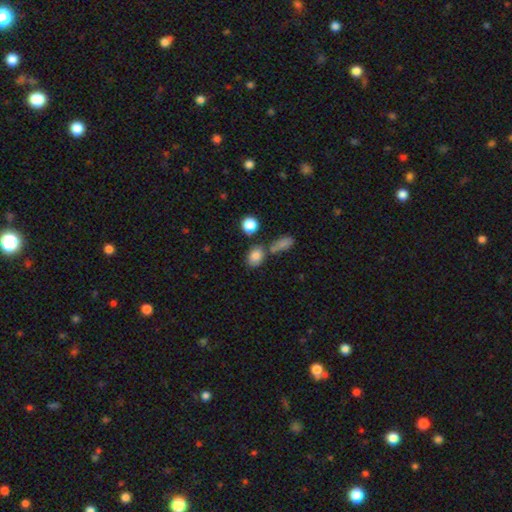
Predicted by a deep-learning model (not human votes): The model was most divided on "how rounded": in between: 66%, round: 31%, cigar-shaped: 2%. More confident: smooth or featured — smooth (82%); merging — none (63%).